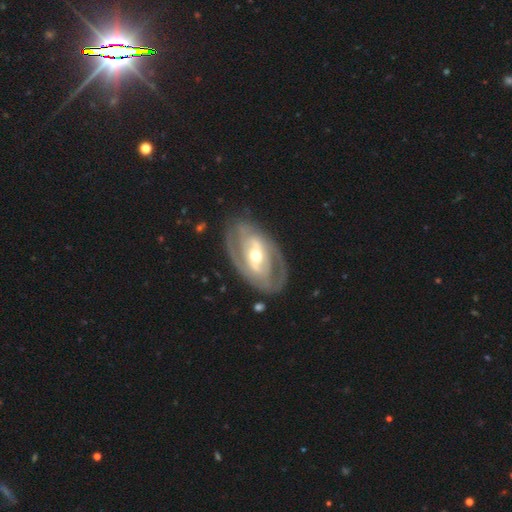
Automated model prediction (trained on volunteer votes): Overall: featured or disk (83%). Edge-on disk: no (94%). Bar: strong (42%; weak 34%). Spiral arms: yes (79%). Spiral arm count: 2 (68%). Spiral winding: tight (53%; medium 34%). Bulge size: moderate (66%; small 27%). Merging: none (77%).